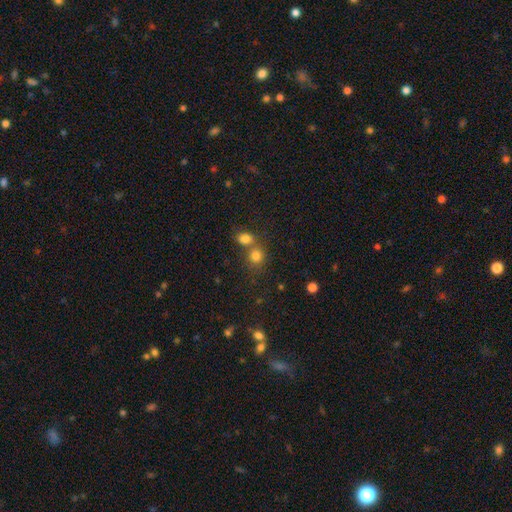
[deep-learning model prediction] Smooth or featured? smooth (78%)
How rounded? round (77%)
Merging? none (51%)